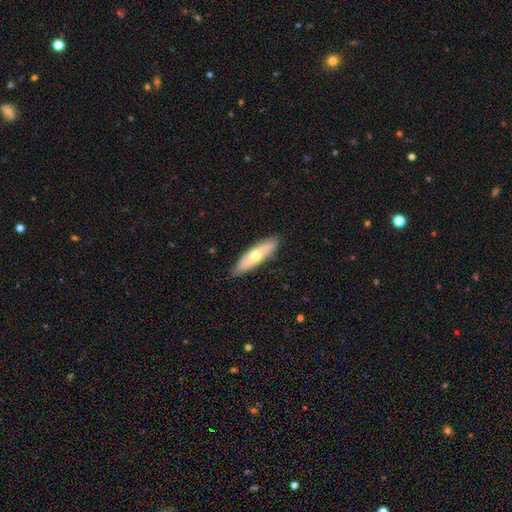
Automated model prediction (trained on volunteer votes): A smooth galaxy with no disk features (55%) that is cigar-shaped (60%). Merging: none (86%).